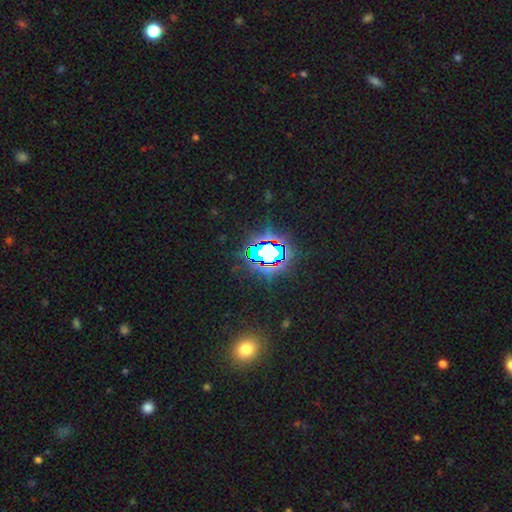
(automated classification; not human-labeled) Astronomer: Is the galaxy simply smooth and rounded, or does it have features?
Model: star or artifact — 77%.